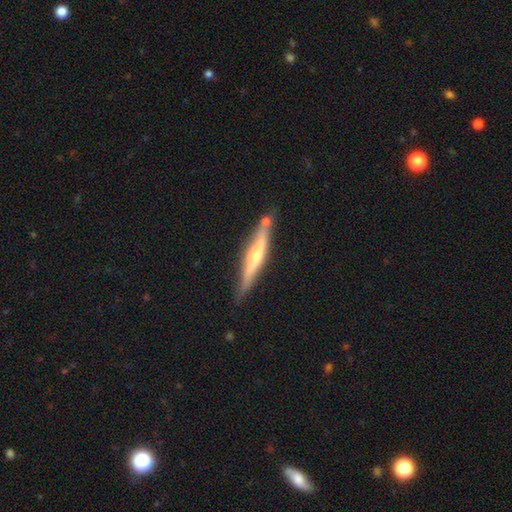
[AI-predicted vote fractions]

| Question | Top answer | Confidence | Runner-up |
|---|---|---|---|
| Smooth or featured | featured or disk | 64% | smooth (31%) |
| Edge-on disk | yes | 94% | no (6%) |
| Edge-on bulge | rounded | 79% | none (14%) |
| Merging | none | 73% | minor disturbance (15%) |